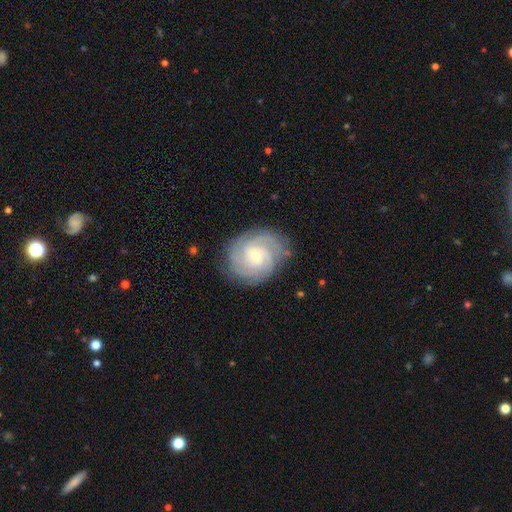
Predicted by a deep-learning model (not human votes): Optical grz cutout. It shows a featured or disk galaxy (86%) with no bar (61%), 3 (32%) tight (74%) spiral arms (98%) and a small central bulge (60%). Merging: none (82%).